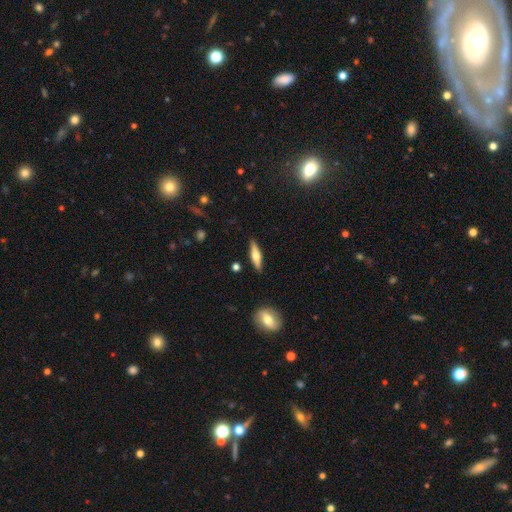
smooth-or-featured: smooth: 53% | featured or disk: 45% | star or artifact: 3%
  how-rounded: cigar-shaped: 85% | in between: 10% | round: 5%
  merging: none: 84% | major disturbance: 8% | minor disturbance: 5% | merger: 3%